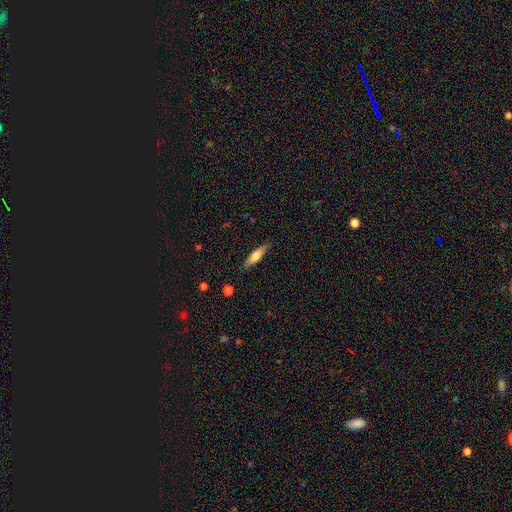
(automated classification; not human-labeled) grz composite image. It shows a smooth galaxy with no disk features (59%) that is cigar-shaped (71%). Merging: none (85%).